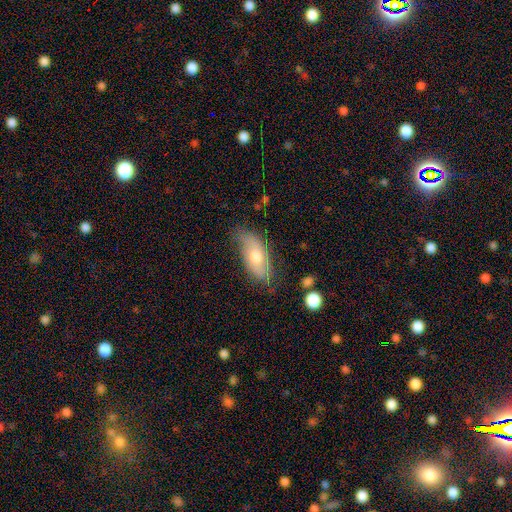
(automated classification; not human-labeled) Smooth or featured: smooth — 51% (featured or disk — 40%)
How rounded: in between — 86% (cigar-shaped — 11%)
Merging: none — 67% (minor disturbance — 25%)